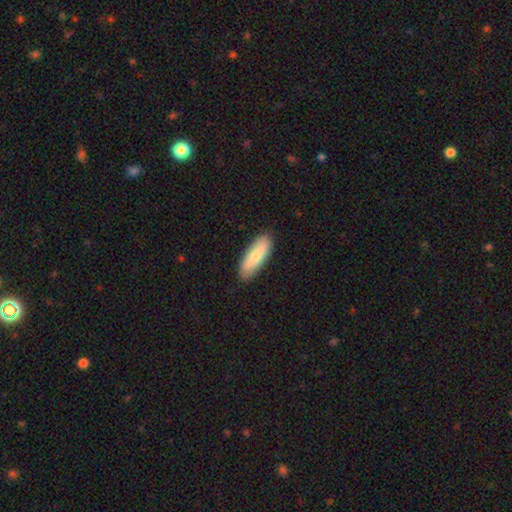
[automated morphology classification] Smooth or featured? Predicted: smooth (p=0.76). How rounded? Predicted: in between (p=0.55). Merging? Predicted: none (p=0.86).